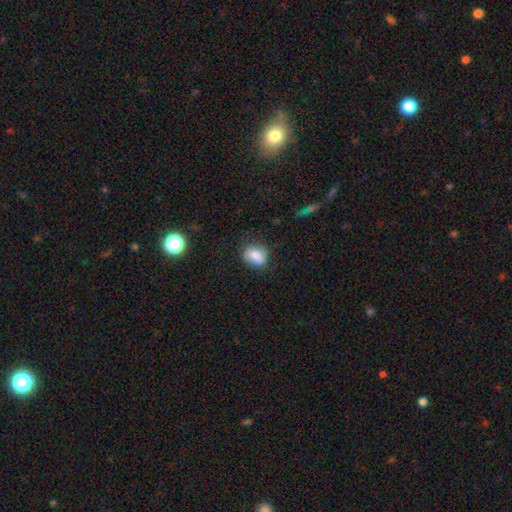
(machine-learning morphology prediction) smooth 78%, featured or disk 12%, star or artifact 10%. Down the decision tree: how rounded — round (50%); merging — none (68%).